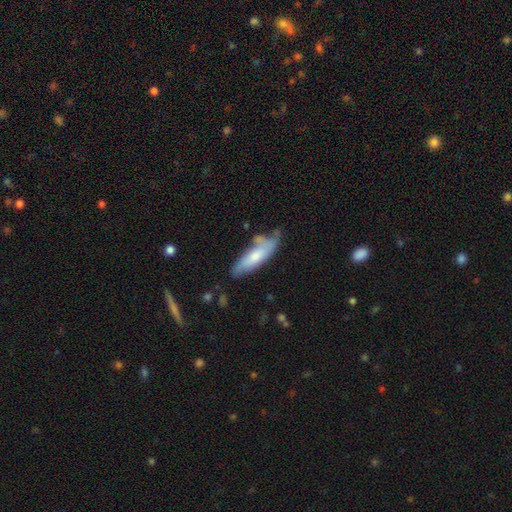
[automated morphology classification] Smooth or featured?
  - smooth: 64% *
  - featured or disk: 30%
  - star or artifact: 6%
How rounded?
  - cigar-shaped: 51% *
  - in between: 47%
  - round: 2%
Merging?
  - none: 51% *
  - minor disturbance: 31%
  - major disturbance: 9%
  - merger: 9%